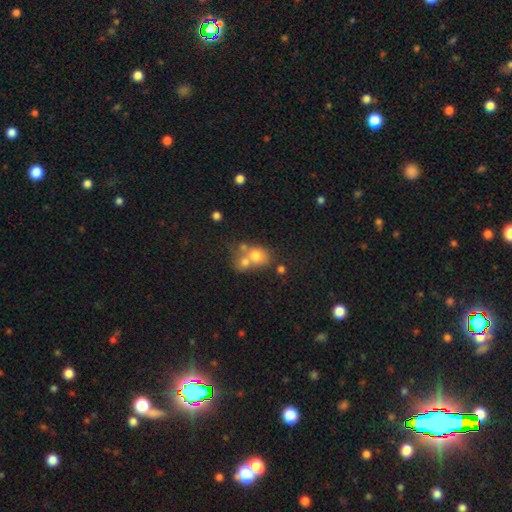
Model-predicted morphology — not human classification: The model was most divided on "how rounded": round: 60%, in between: 39%, cigar-shaped: 1%. More confident: smooth or featured — smooth (70%); merging — merger (61%).